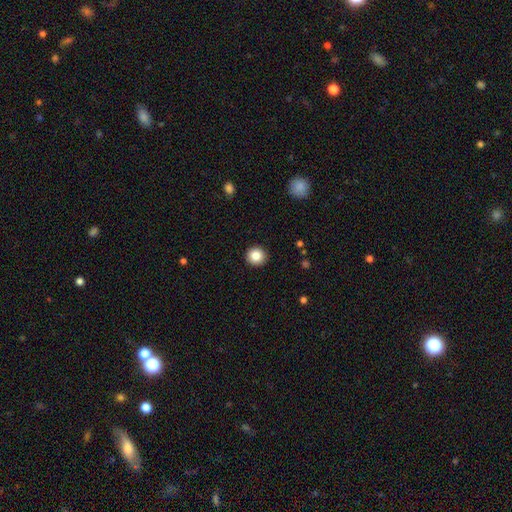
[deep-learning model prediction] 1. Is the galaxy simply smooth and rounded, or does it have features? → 84% smooth, 10% star or artifact, 6% featured or disk.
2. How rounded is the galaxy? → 93% round, 6% in between, 1% cigar-shaped.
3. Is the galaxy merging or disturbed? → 92% none, 5% minor disturbance, 2% major disturbance, 1% merger.